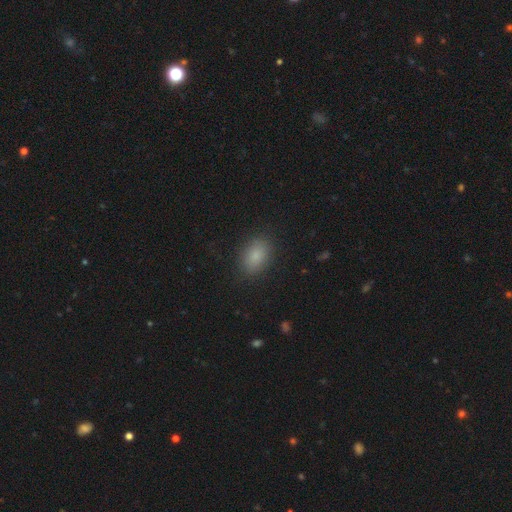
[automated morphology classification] smooth-or-featured: smooth: 85% | star or artifact: 9% | featured or disk: 6%
  how-rounded: in between: 84% | round: 14% | cigar-shaped: 2%
  merging: none: 87% | minor disturbance: 9% | major disturbance: 3% | merger: 1%